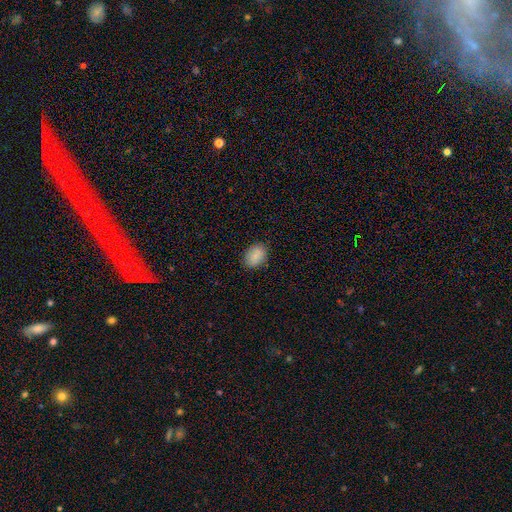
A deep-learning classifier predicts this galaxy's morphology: type=smooth (87%); roundness=in between (75%); merging=none (87%).